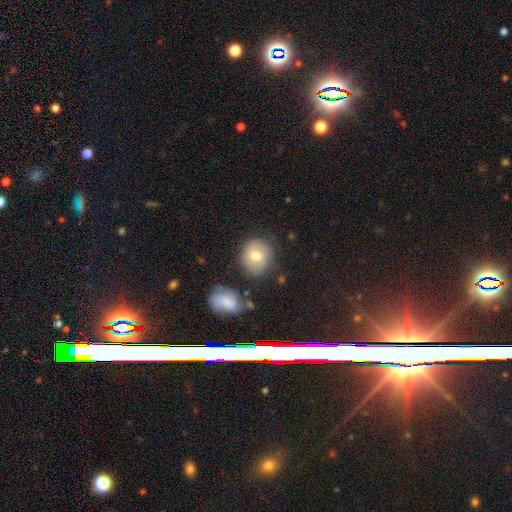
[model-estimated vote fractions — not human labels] smooth_or_featured: smooth (p=0.67) [alt: featured or disk p=0.25]
how_rounded: round (p=0.70) [alt: in between p=0.29]
merging: none (p=0.72) [alt: minor disturbance p=0.19]